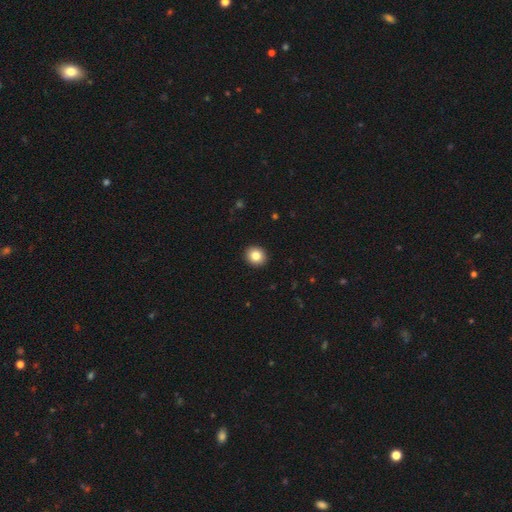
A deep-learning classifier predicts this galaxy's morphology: The model was most divided on "how rounded": round: 78%, in between: 22%, cigar-shaped: 1%. More confident: merging — none (93%); smooth or featured — smooth (83%).